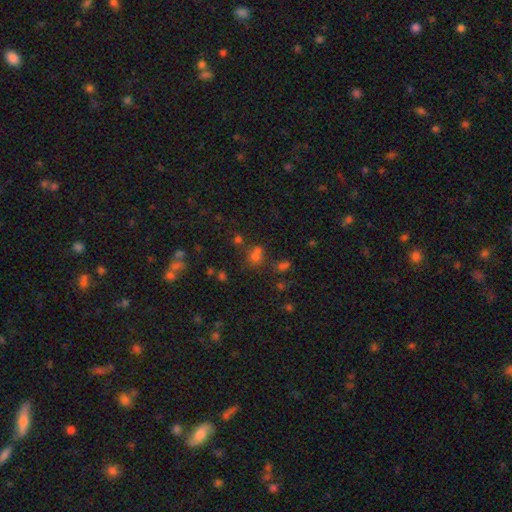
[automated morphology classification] smooth 53%, star or artifact 36%, featured or disk 11%. Down the decision tree: how rounded — round (69%); merging — none (54%).